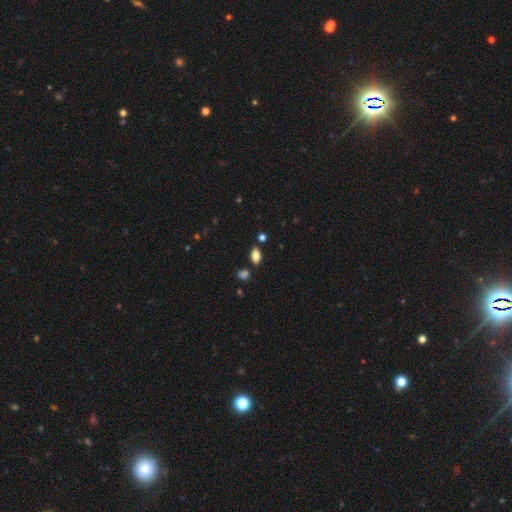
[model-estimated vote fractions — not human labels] A smooth galaxy with no disk features (82%) that is in between round and cigar-shaped (90%). Merging: none (83%).